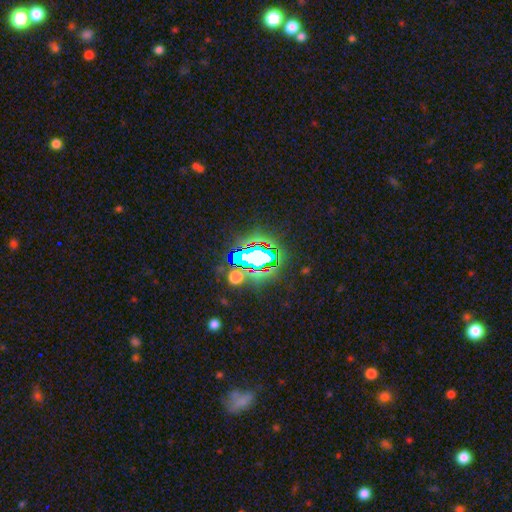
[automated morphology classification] Q: Smooth or featured?
A: star or artifact (68%); runner-up: smooth (19%)